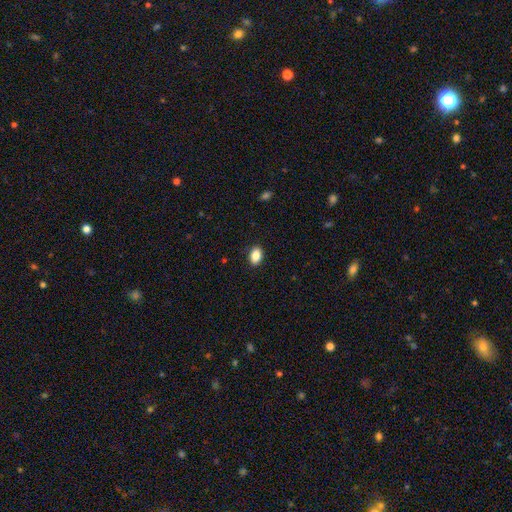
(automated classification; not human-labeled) Smooth or featured: smooth — 87% (star or artifact — 8%)
How rounded: in between — 86% (round — 13%)
Merging: none — 90% (minor disturbance — 8%)